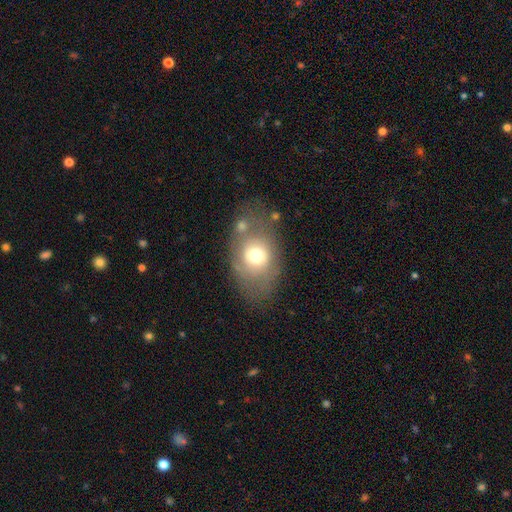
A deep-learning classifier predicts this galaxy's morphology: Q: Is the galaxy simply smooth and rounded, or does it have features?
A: smooth — 65%.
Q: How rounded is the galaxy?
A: in between — 68%.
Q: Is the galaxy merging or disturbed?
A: none — 59%.